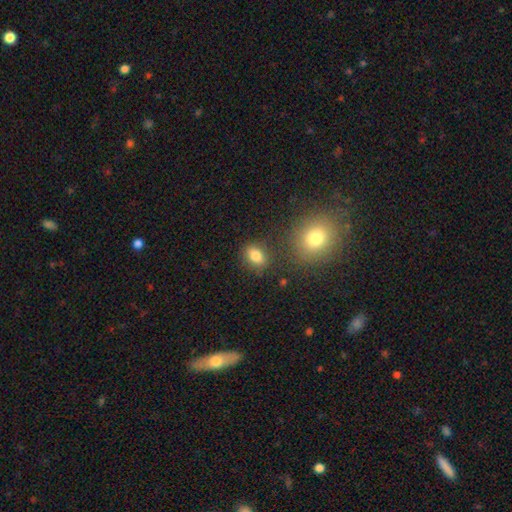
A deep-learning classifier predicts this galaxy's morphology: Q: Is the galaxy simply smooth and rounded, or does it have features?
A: smooth — 82%.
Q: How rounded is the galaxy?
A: in between — 73%.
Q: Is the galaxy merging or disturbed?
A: none — 78%.